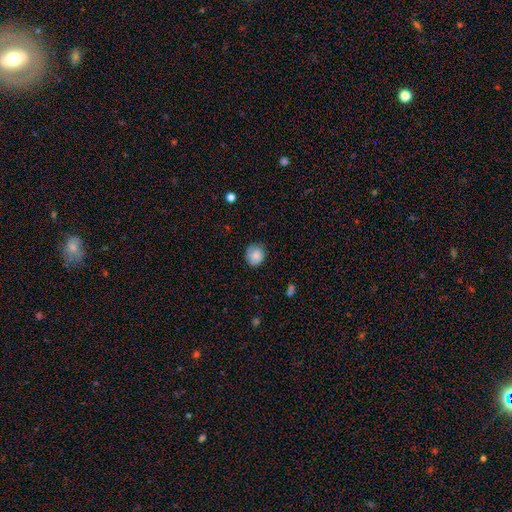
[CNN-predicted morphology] Smooth or featured?
  - smooth: 85% *
  - star or artifact: 8%
  - featured or disk: 8%
How rounded?
  - round: 81% *
  - in between: 18%
  - cigar-shaped: 1%
Merging?
  - none: 77% *
  - minor disturbance: 18%
  - major disturbance: 3%
  - merger: 1%